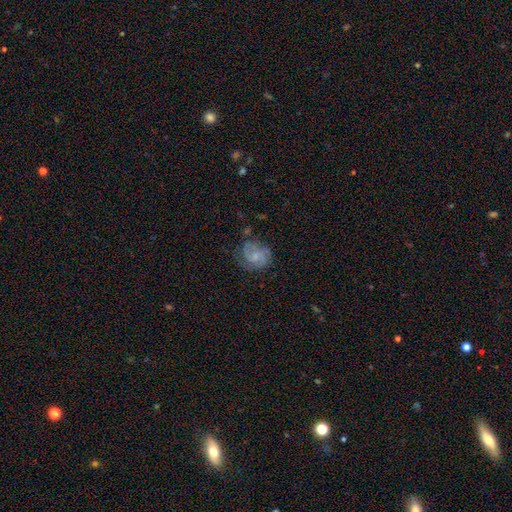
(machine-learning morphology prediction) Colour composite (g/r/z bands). It shows a featured or disk galaxy (74%) with no bar (58%), 2 (52%) medium (45%) spiral arms (94%) and a small central bulge (56%). Merging: none (66%).